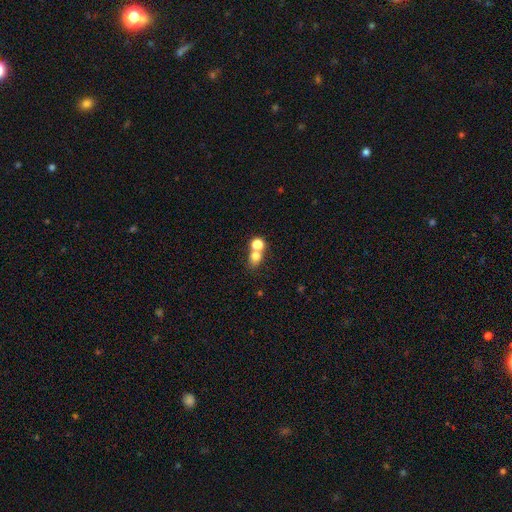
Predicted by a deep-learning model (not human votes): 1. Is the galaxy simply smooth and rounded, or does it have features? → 73% smooth, 16% star or artifact, 11% featured or disk.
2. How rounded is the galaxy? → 64% round, 35% in between, 1% cigar-shaped.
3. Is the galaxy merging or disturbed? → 45% none (tied), 45% merger (tied), 7% minor disturbance, 4% major disturbance.